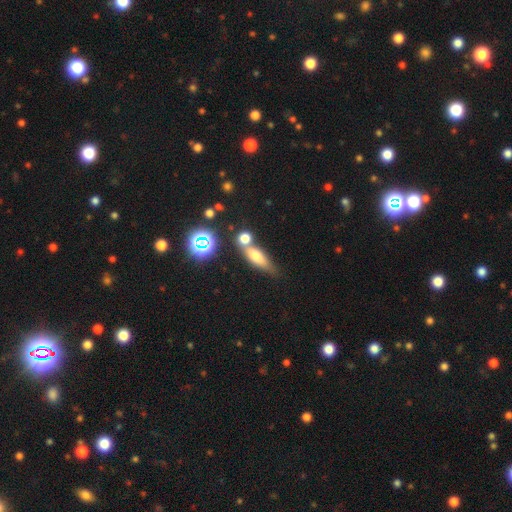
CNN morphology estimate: Q: Smooth or featured?
A: smooth (61%); runner-up: featured or disk (23%)
Q: How rounded?
A: in between (51%); runner-up: cigar-shaped (37%)
Q: Merging?
A: none (48%); runner-up: merger (32%)